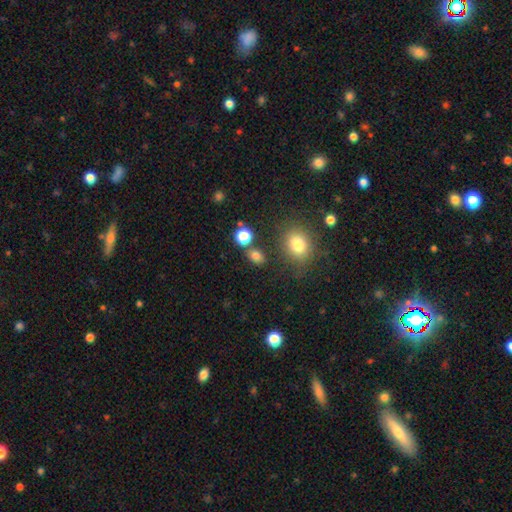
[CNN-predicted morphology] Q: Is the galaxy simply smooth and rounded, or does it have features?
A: smooth — 78%.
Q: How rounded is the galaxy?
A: in between — 52%.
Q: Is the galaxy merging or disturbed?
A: none — 77%.